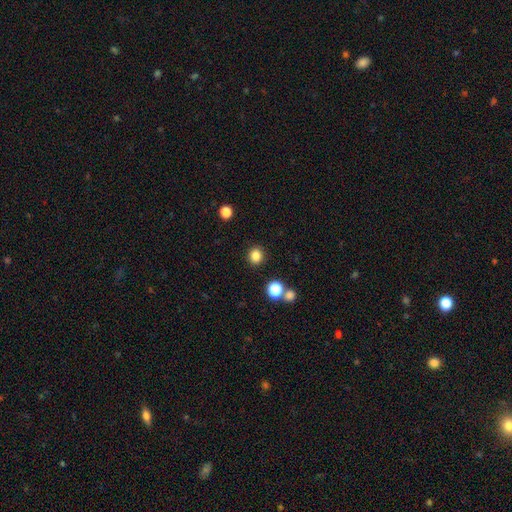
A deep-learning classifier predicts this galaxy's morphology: Smooth or featured? Predicted: smooth (p=0.83). How rounded? Predicted: round (p=0.85). Merging? Predicted: none (p=0.89).